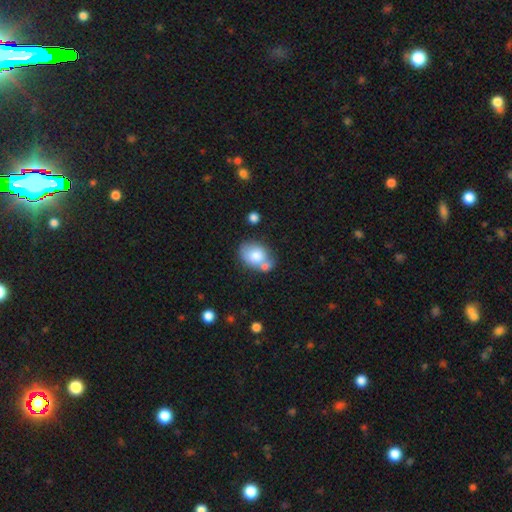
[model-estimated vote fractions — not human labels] smooth 76%, featured or disk 17%, star or artifact 7%. Down the decision tree: how rounded — in between (70%); merging — none (43%).